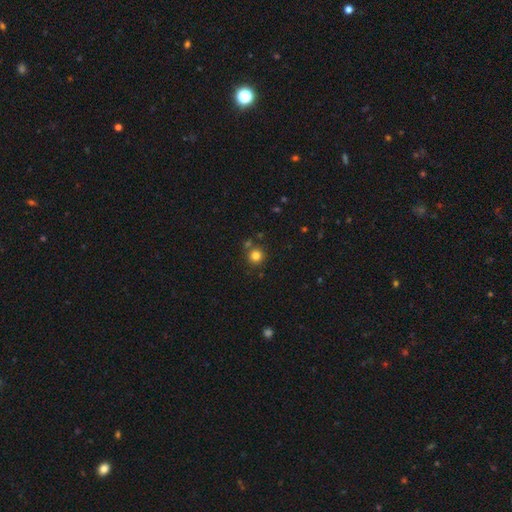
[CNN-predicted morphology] A smooth galaxy with no disk features (81%) that is round (94%).

Vote fractions:
- Smooth or featured? smooth: 81% / star or artifact: 14% / featured or disk: 6%
- How rounded? round: 94% / in between: 5% / cigar-shaped: 1%
- Merging? none: 80% / merger: 10% / minor disturbance: 8% / major disturbance: 3%